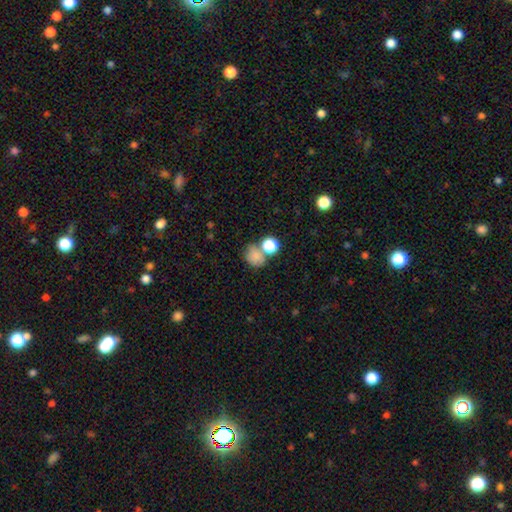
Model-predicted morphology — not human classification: A smooth galaxy with no disk features (77%) that is round (65%). Merging: none (48%).